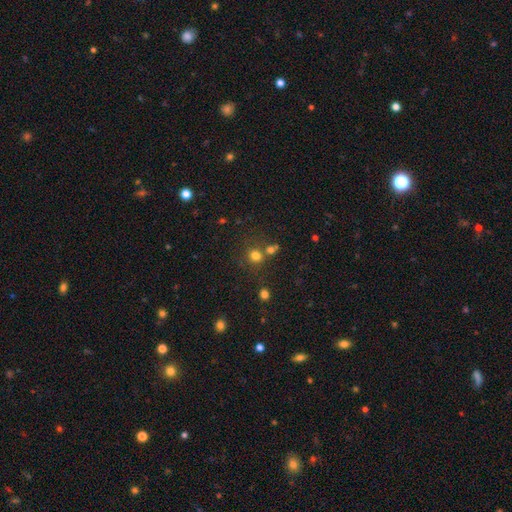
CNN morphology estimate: This appears to be a smooth galaxy with no disk features (74%) that is round (86%). Merging: none (64%).